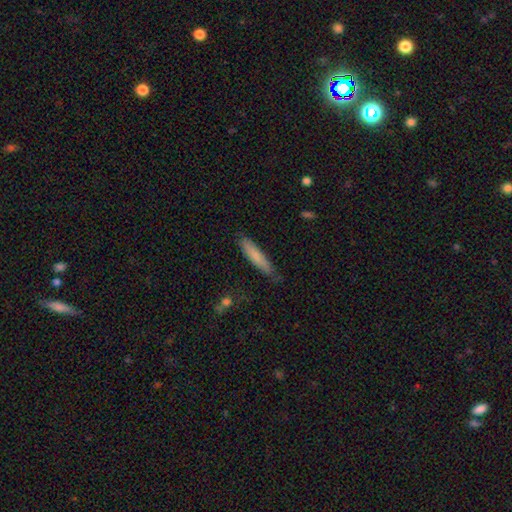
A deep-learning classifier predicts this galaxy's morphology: Overall: smooth (78%). How rounded: cigar-shaped (88%). Merging: none (81%).